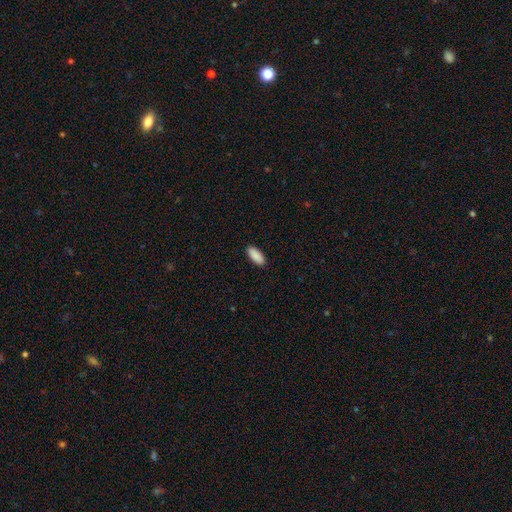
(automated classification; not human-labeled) This is clearly a smooth galaxy (91%). How rounded: clearly in between (84%). Merging: clearly none (91%).